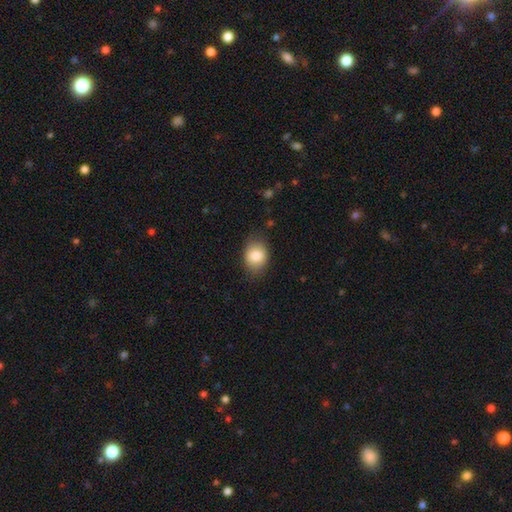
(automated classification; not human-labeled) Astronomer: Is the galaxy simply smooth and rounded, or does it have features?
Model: smooth — 82%.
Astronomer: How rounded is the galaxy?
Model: in between — 56% (runner-up: round, 43%).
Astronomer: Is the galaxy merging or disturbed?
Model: none — 79%.